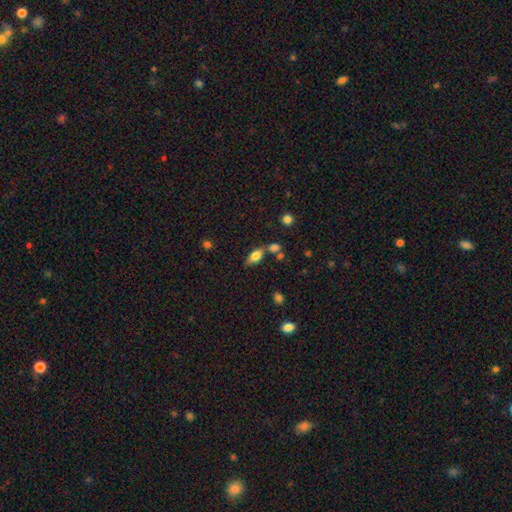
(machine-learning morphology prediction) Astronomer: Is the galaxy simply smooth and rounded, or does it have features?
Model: smooth — 64%.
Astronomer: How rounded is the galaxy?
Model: in between — 79%.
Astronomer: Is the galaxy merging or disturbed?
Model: none — 61%.